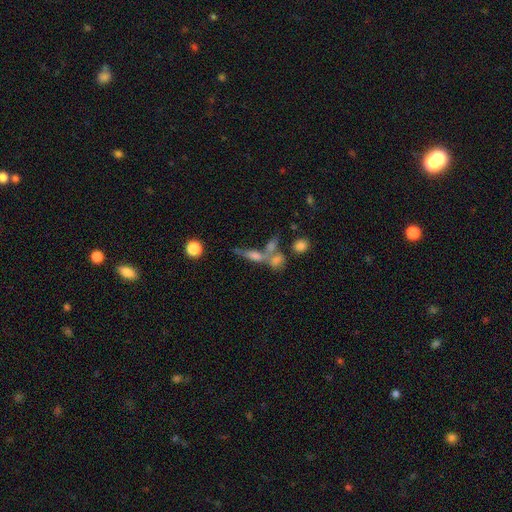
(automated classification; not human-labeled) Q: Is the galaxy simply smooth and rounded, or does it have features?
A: featured or disk — 48%.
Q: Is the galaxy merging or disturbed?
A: none — 41%.